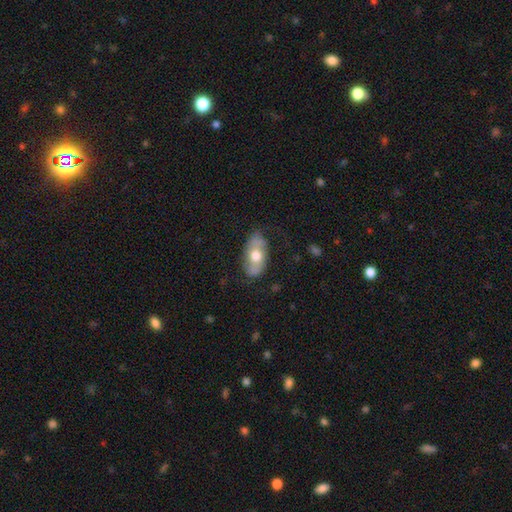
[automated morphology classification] smooth-or-featured: smooth: 54% | featured or disk: 40% | star or artifact: 6%
  how-rounded: in between: 90% | round: 6% | cigar-shaped: 4%
  merging: none: 73% | minor disturbance: 20% | major disturbance: 6% | merger: 1%